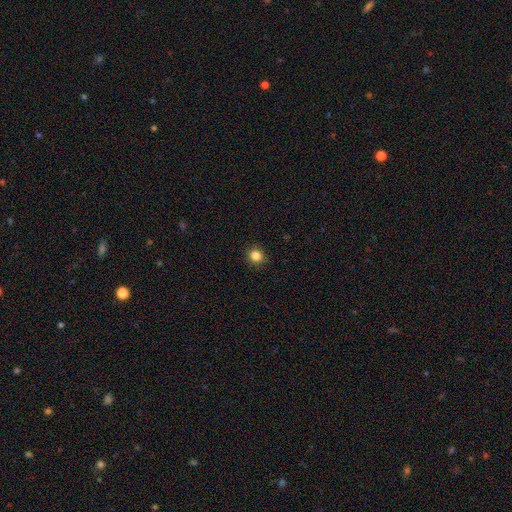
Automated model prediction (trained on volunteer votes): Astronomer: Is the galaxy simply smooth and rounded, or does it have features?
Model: smooth — 84%.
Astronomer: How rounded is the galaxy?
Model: round — 93%.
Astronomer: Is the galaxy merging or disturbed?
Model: none — 91%.